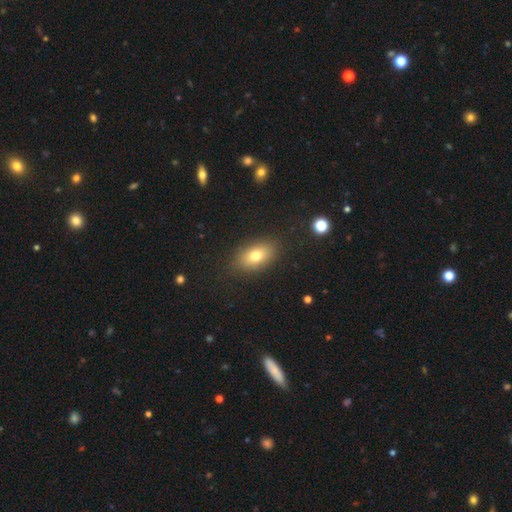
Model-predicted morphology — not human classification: This appears to be a smooth galaxy with no disk features (75%) that is in between round and cigar-shaped (85%). Merging: none (85%).